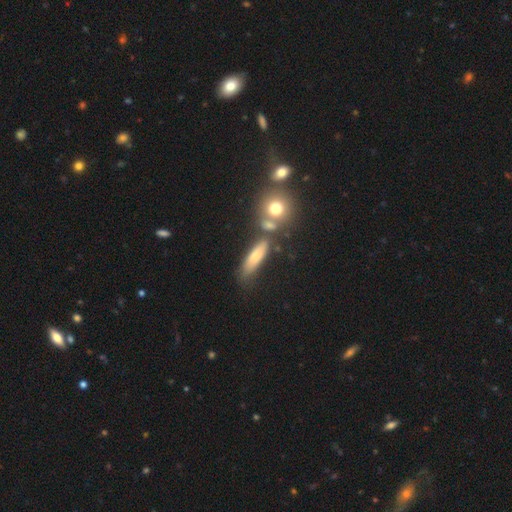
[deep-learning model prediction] Smooth or featured? Predicted: smooth (p=0.71). How rounded? Predicted: cigar-shaped (p=0.51). Merging? Predicted: none (p=0.59).